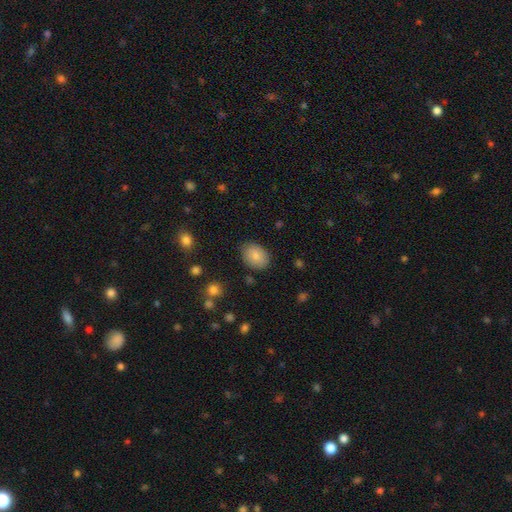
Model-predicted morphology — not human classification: smooth_or_featured: smooth (p=0.85) [alt: featured or disk p=0.08]
how_rounded: in between (p=0.68) [alt: round p=0.31]
merging: none (p=0.84) [alt: minor disturbance p=0.12]